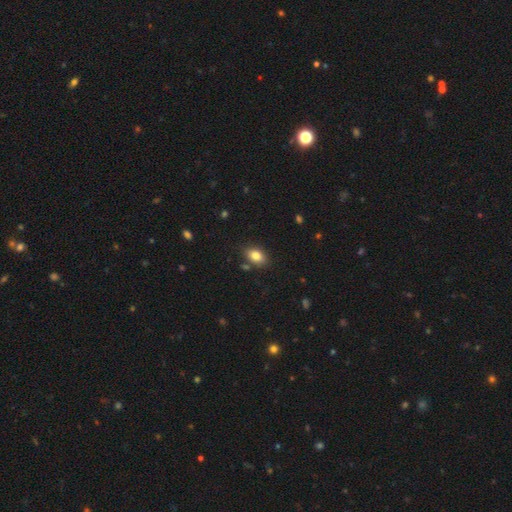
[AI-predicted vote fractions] smooth_or_featured: smooth (p=0.83) [alt: star or artifact p=0.09]
how_rounded: in between (p=0.86) [alt: round p=0.13]
merging: none (p=0.81) [alt: minor disturbance p=0.11]